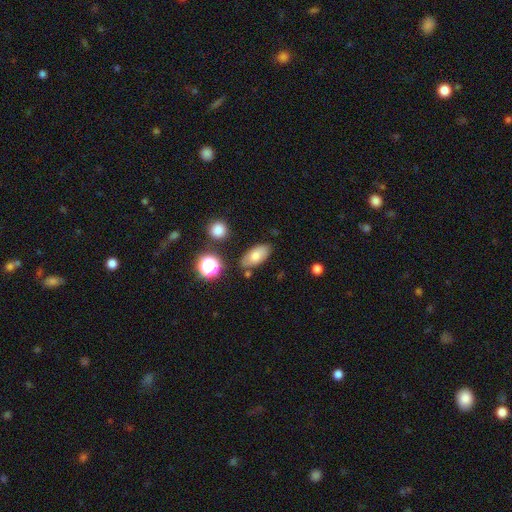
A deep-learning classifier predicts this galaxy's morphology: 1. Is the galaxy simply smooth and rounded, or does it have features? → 74% smooth, 16% featured or disk, 10% star or artifact.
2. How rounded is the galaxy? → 88% in between, 6% cigar-shaped, 6% round.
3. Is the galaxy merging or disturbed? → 79% none, 13% minor disturbance, 5% merger, 3% major disturbance.